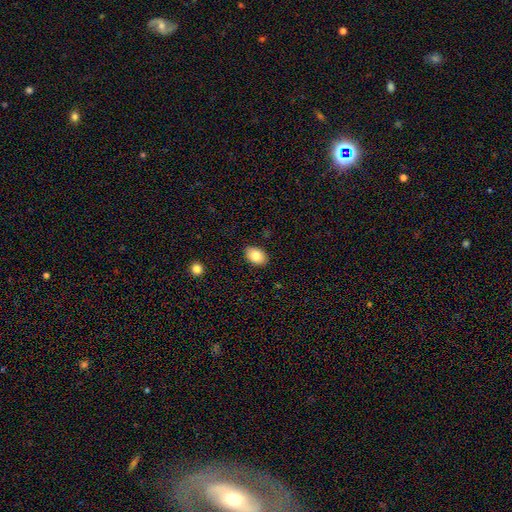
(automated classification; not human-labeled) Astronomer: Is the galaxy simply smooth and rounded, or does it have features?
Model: smooth — 82%.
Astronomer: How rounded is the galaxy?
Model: in between — 85%.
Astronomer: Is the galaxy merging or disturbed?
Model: none — 89%.